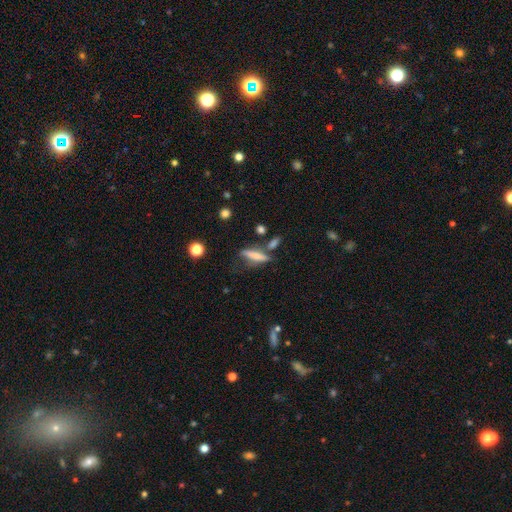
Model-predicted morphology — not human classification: This is possibly a smooth galaxy (58%). How rounded: likely cigar-shaped (75%). Merging: possibly none (55%).